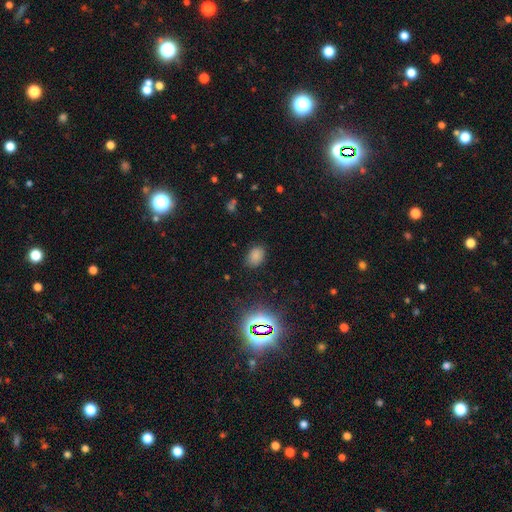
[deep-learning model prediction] The model was most divided on "how rounded": in between: 70%, round: 29%, cigar-shaped: 1%. More confident: merging — none (80%); smooth or featured — smooth (75%).